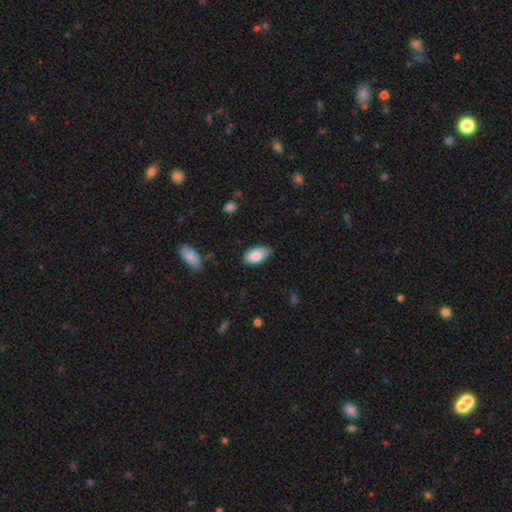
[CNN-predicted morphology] Smooth or featured: smooth — 85% (featured or disk — 8%)
How rounded: in between — 95% (round — 3%)
Merging: none — 74% (minor disturbance — 22%)